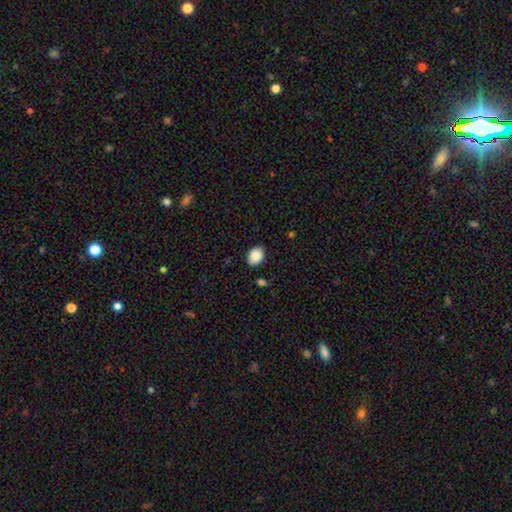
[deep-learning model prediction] This appears to be a smooth galaxy with no disk features (88%) that is in between round and cigar-shaped (66%). Merging: none (82%).